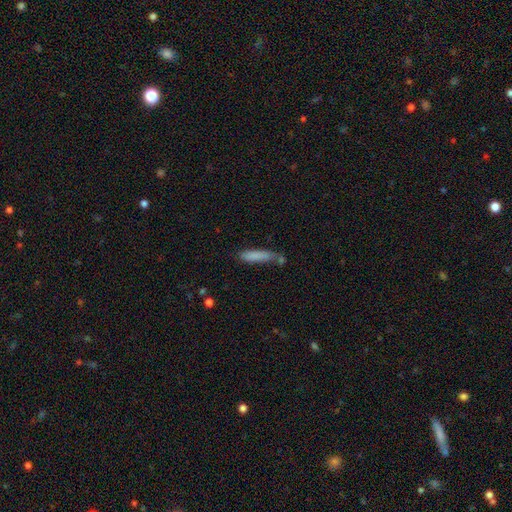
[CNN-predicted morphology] Smooth or featured?
  - smooth: 83% *
  - featured or disk: 10%
  - star or artifact: 7%
How rounded?
  - cigar-shaped: 79% *
  - in between: 19%
  - round: 1%
Merging?
  - none: 60% *
  - minor disturbance: 22%
  - merger: 12%
  - major disturbance: 6%